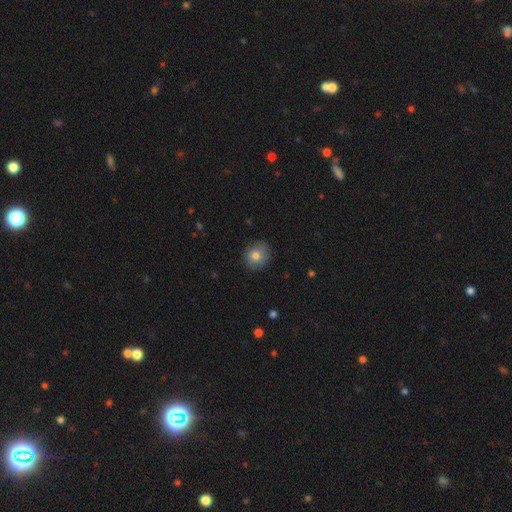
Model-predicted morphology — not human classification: Smooth or featured?
  - smooth: 77% *
  - featured or disk: 13%
  - star or artifact: 10%
How rounded?
  - round: 77% *
  - in between: 22%
  - cigar-shaped: 1%
Merging?
  - none: 87% *
  - minor disturbance: 10%
  - major disturbance: 2%
  - merger: 1%